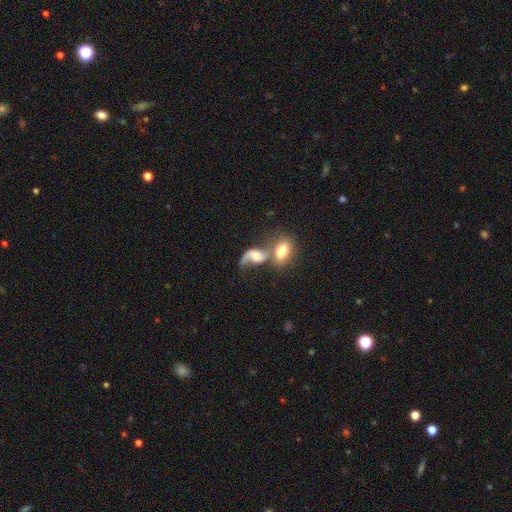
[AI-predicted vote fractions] featured or disk 57%, smooth 34%, star or artifact 9%. Down the decision tree: edge-on disk — no (95%); bar — no (59%); spiral arms — yes (85%); bulge size — moderate (36%); merging — merger (57%).